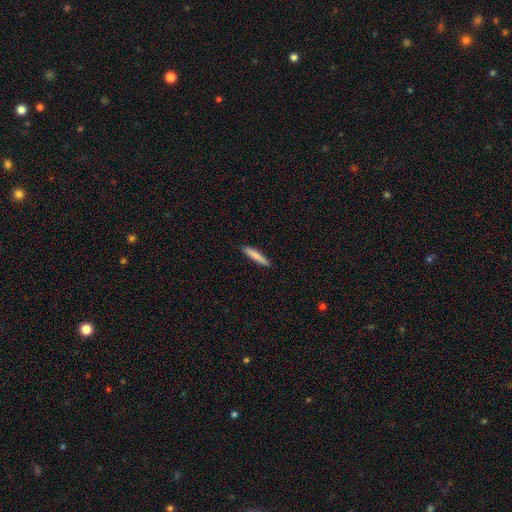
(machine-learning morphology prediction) Overall: smooth (81%). How rounded: cigar-shaped (93%). Merging: none (90%).